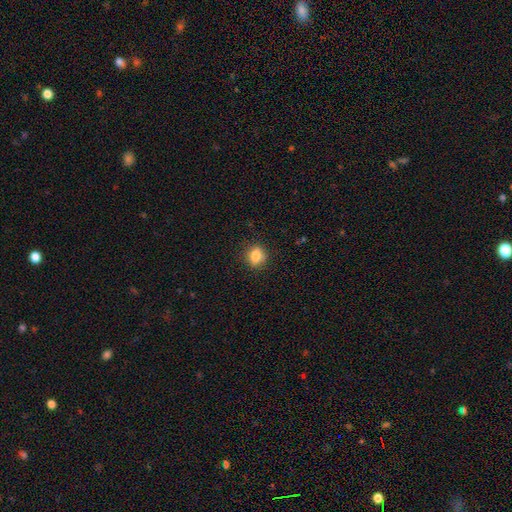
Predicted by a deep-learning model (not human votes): Smooth or featured?
  - smooth: 82% *
  - star or artifact: 10%
  - featured or disk: 8%
How rounded?
  - round: 53% *
  - in between: 45%
  - cigar-shaped: 2%
Merging?
  - none: 84% *
  - minor disturbance: 12%
  - major disturbance: 3%
  - merger: 1%